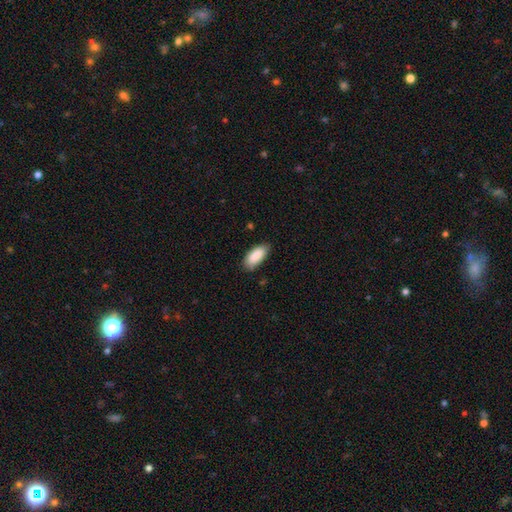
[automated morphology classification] This appears to be a smooth galaxy with no disk features (89%) that is in between round and cigar-shaped (88%). Merging: none (80%).